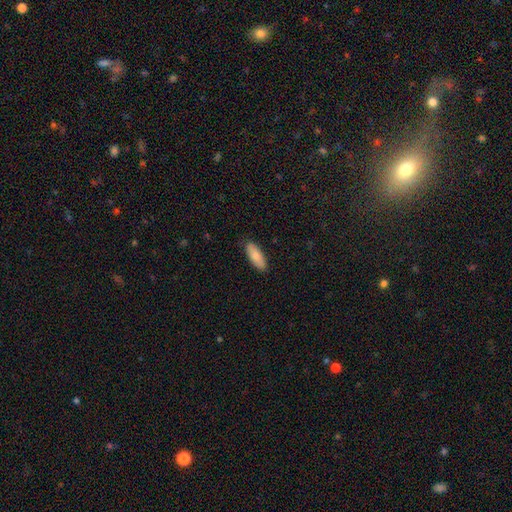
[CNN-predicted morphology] smooth-or-featured: smooth: 79% | featured or disk: 16% | star or artifact: 6%
  how-rounded: in between: 71% | cigar-shaped: 27% | round: 2%
  merging: none: 87% | minor disturbance: 10% | major disturbance: 2% | merger: 1%